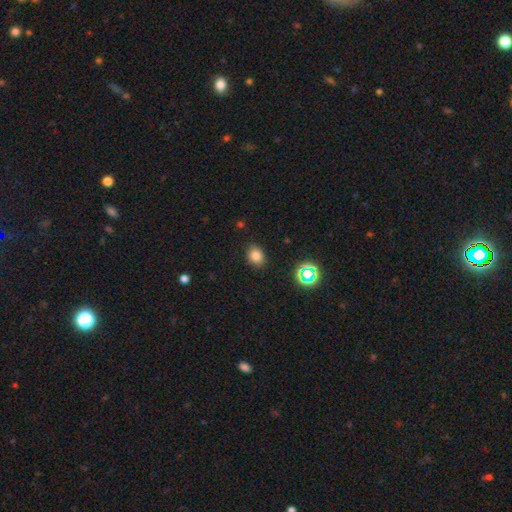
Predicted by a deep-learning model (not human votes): This is likely a smooth galaxy (79%). How rounded: possibly round (50%). Merging: clearly none (86%).